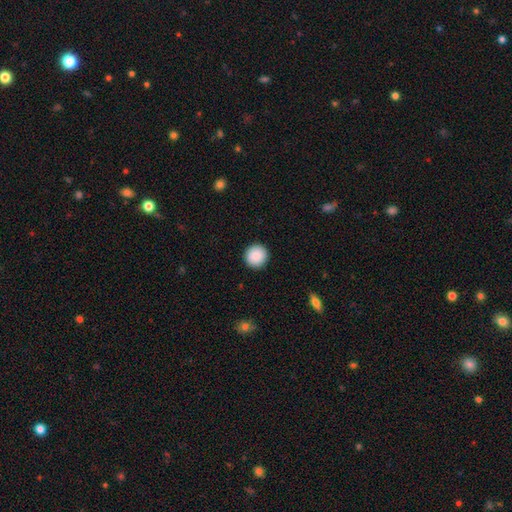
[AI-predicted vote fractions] The model was most divided on "smooth or featured": smooth: 90%, star or artifact: 7%, featured or disk: 3%. More confident: how rounded — round (95%); merging — none (93%).